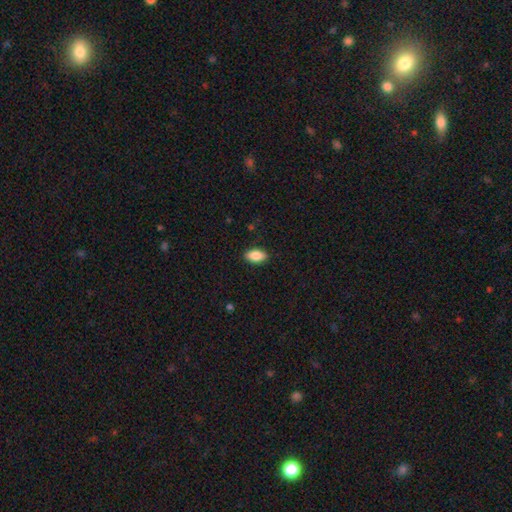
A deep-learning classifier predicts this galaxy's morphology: Smooth or featured: smooth — 85% (featured or disk — 8%)
How rounded: in between — 90% (cigar-shaped — 6%)
Merging: none — 89% (minor disturbance — 8%)